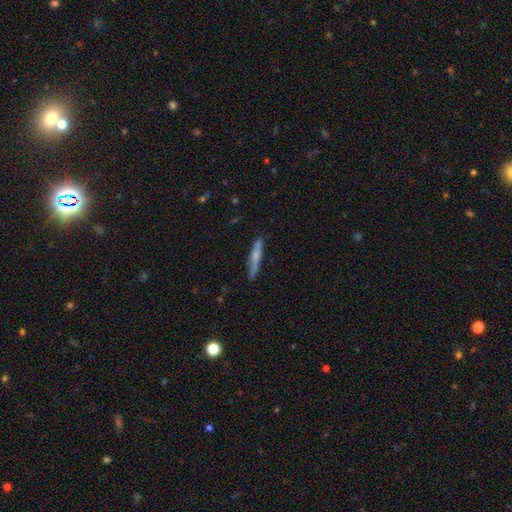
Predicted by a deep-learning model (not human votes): Morphology: type=smooth (58%); roundness=cigar-shaped (94%); merging=none (80%).